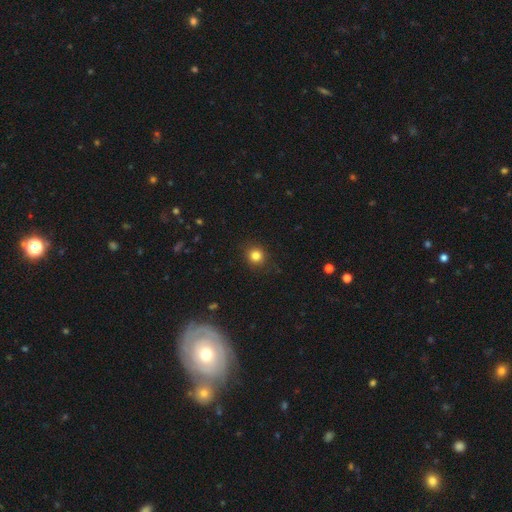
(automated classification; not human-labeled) The model was most divided on "smooth or featured": smooth: 83%, star or artifact: 12%, featured or disk: 5%. More confident: how rounded — round (88%); merging — none (88%).